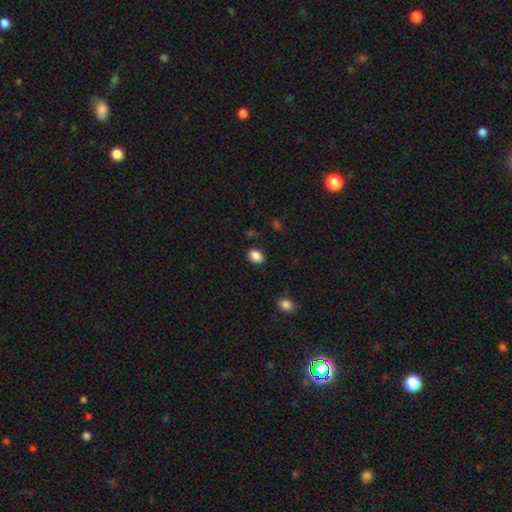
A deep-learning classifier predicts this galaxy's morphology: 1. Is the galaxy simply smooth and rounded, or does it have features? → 87% smooth, 9% star or artifact, 4% featured or disk.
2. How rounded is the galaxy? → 54% in between, 45% round, 1% cigar-shaped.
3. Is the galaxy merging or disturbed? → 85% none, 10% minor disturbance, 3% major disturbance, 2% merger.